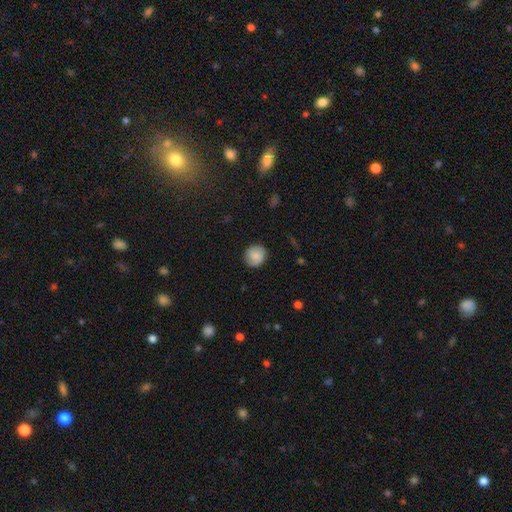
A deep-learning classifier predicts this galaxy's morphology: A smooth galaxy with no disk features (80%) that is round (88%).

Vote fractions:
- Smooth or featured? smooth: 80% / featured or disk: 12% / star or artifact: 8%
- How rounded? round: 88% / in between: 11% / cigar-shaped: 1%
- Merging? none: 87% / minor disturbance: 9% / major disturbance: 3% / merger: 1%